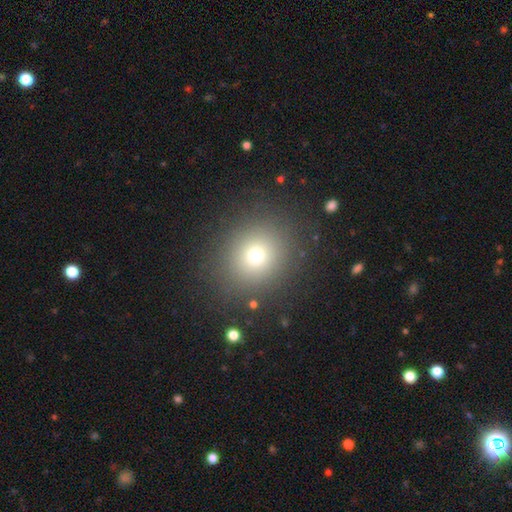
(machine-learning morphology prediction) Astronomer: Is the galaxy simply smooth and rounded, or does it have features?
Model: smooth — 71%.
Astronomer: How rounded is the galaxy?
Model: round — 81%.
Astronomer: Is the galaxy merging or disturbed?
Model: none — 87%.